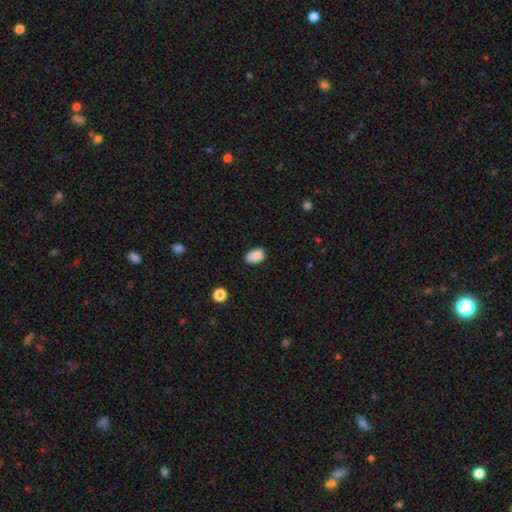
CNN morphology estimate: smooth_or_featured: smooth (p=0.89) [alt: star or artifact p=0.08]
how_rounded: in between (p=0.89) [alt: round p=0.10]
merging: none (p=0.80) [alt: minor disturbance p=0.16]